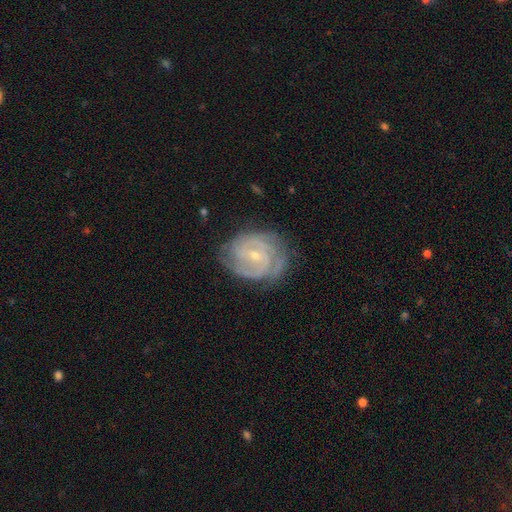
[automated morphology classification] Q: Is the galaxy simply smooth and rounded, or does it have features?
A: featured or disk — 86%.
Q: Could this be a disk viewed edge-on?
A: no — 98%.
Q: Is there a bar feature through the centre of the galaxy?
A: no — 46%.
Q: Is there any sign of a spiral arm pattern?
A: yes — 96%.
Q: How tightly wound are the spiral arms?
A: tight — 68%.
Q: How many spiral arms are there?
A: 2 — 33%.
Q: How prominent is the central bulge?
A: small — 72%.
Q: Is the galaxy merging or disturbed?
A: none — 73%.